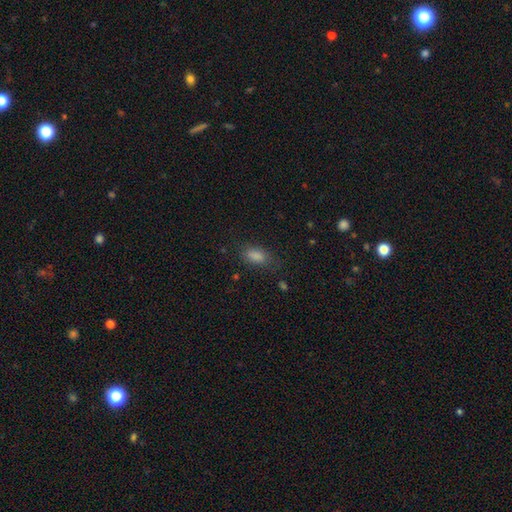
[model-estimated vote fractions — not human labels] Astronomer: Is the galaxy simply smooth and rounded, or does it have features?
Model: smooth — 79%.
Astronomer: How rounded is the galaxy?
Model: in between — 85%.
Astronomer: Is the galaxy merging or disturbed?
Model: none — 77%.